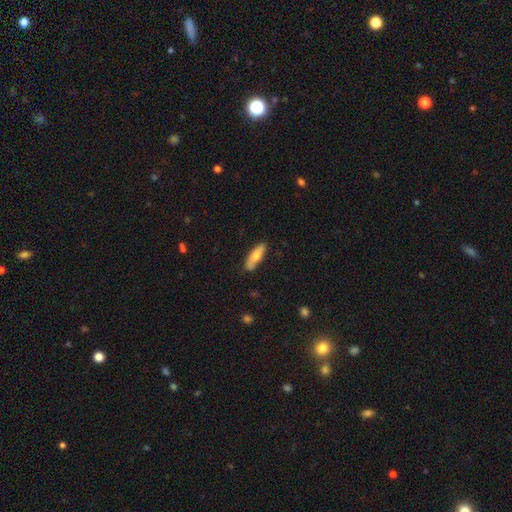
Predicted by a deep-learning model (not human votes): smooth 64%, featured or disk 30%, star or artifact 6%. Down the decision tree: how rounded — cigar-shaped (51%); merging — none (82%).